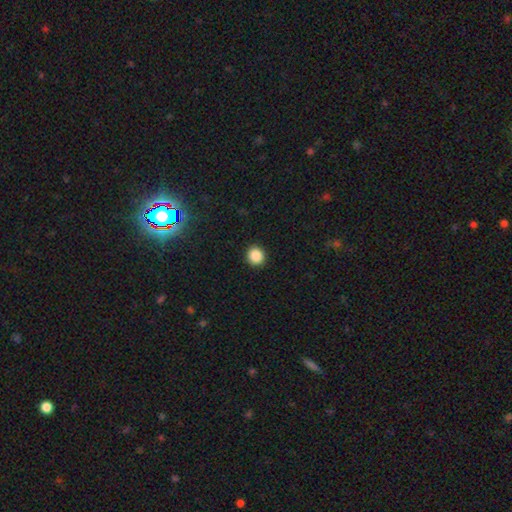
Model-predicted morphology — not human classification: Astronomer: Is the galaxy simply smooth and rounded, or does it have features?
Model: smooth — 88%.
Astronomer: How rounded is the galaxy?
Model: round — 91%.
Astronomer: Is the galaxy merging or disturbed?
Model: none — 92%.